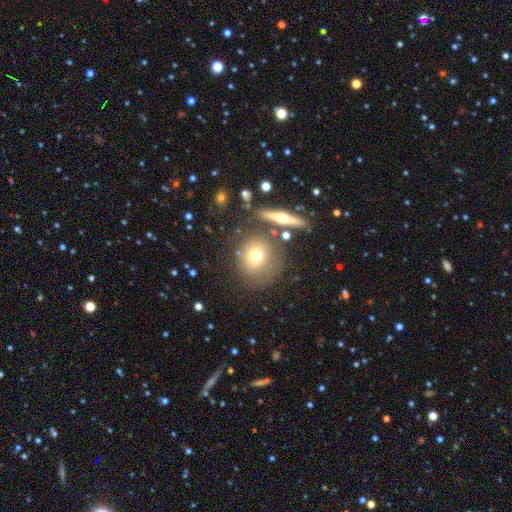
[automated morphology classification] The model was most divided on "smooth or featured": smooth: 67%, featured or disk: 22%, star or artifact: 11%. More confident: how rounded — round (82%); merging — none (69%).